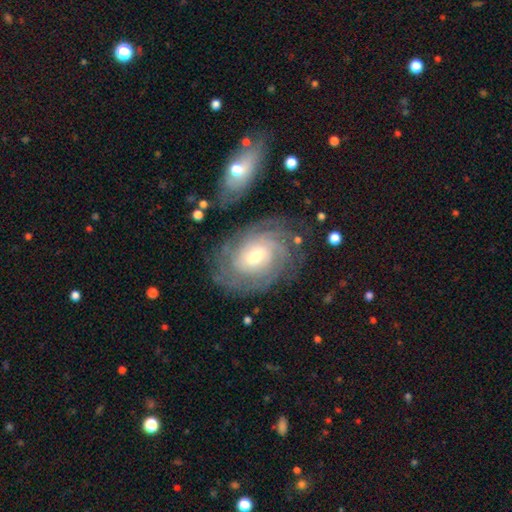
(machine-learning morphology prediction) smooth-or-featured: featured or disk: 85% | smooth: 9% | star or artifact: 6%
  disk-edge-on: no: 96% | yes: 4%
    bar: no: 45% | weak: 44% | strong: 11%
    has-spiral-arms: yes: 96% | no: 4%
      spiral-winding: tight: 77% | medium: 18% | loose: 4%
      spiral-arm-count: can't tell: 36% | 4: 24% | 3: 13% | more than 4: 11% | 2: 9% | 1: 6%
    bulge-size: moderate: 55% | small: 37% | large: 6% | none: 1% | dominant: 1%
  merging: none: 77% | minor disturbance: 14% | major disturbance: 6% | merger: 4%